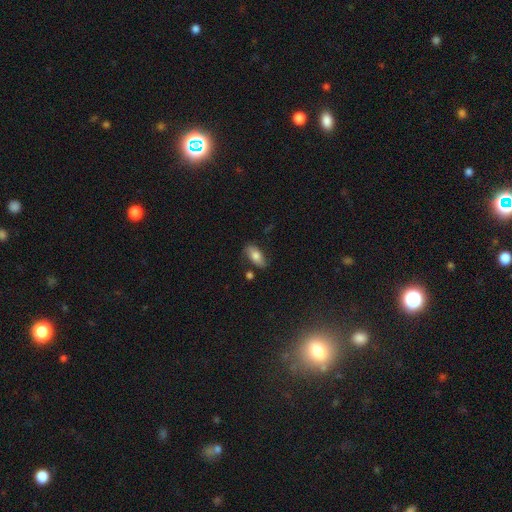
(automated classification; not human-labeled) Smooth or featured? Predicted: smooth (p=0.71). How rounded? Predicted: in between (p=0.87). Merging? Predicted: none (p=0.74).